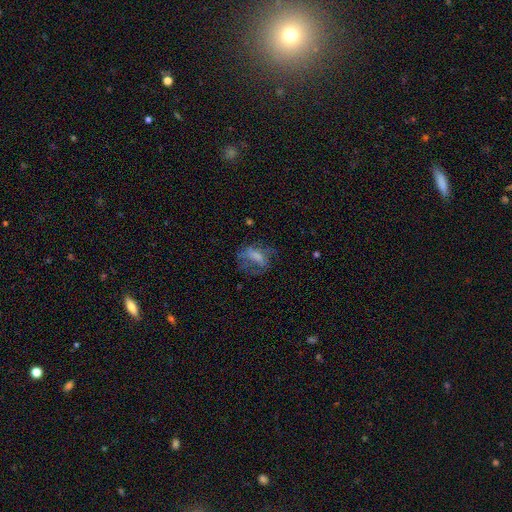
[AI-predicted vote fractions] This is marginally a featured or disk galaxy (44%). Merging: marginally none (39%).